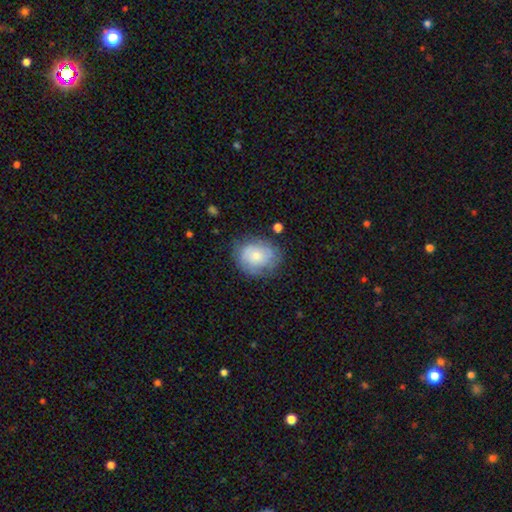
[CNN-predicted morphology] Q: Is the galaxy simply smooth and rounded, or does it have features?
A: smooth — 61%.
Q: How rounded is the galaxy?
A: round — 61%.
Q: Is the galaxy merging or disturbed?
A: none — 66%.